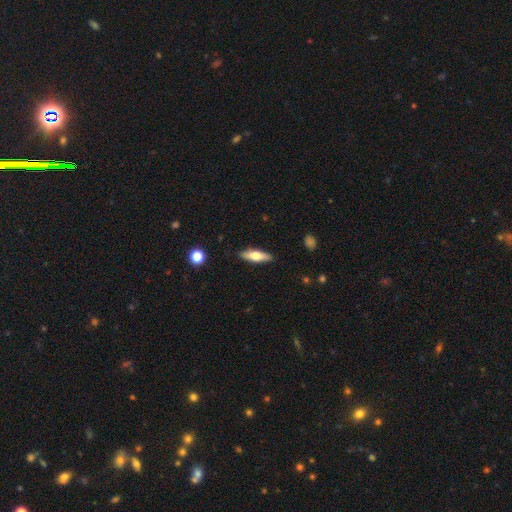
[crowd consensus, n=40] smooth-or-featured: smooth: 50% | featured or disk: 45% | star or artifact: 5%
  how-rounded: cigar-shaped: 60% | in between: 40% | round: 0%
  merging: none: 97% | minor disturbance: 3% | major disturbance: 0% | merger: 0%